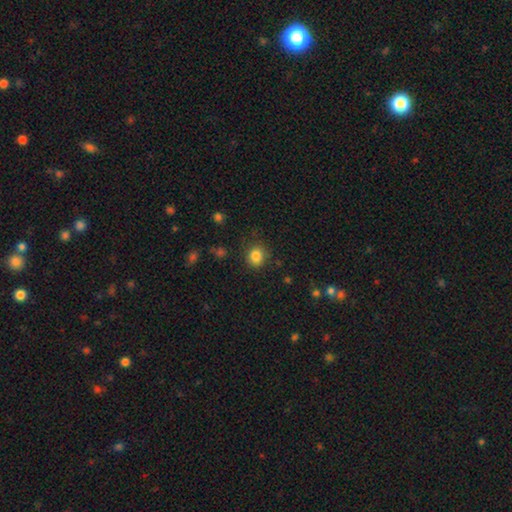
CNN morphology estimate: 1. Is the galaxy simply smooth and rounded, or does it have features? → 84% smooth, 11% star or artifact, 5% featured or disk.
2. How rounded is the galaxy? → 78% round, 21% in between, 1% cigar-shaped.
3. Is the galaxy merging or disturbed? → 84% none, 11% minor disturbance, 4% major disturbance, 2% merger.